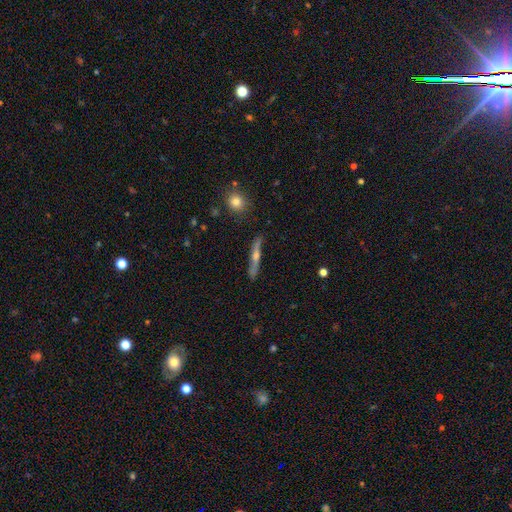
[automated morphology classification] Overall: featured or disk (65%; smooth 28%). Edge-on disk: yes (92%). Edge-on bulge: rounded (82%). Merging: none (83%).